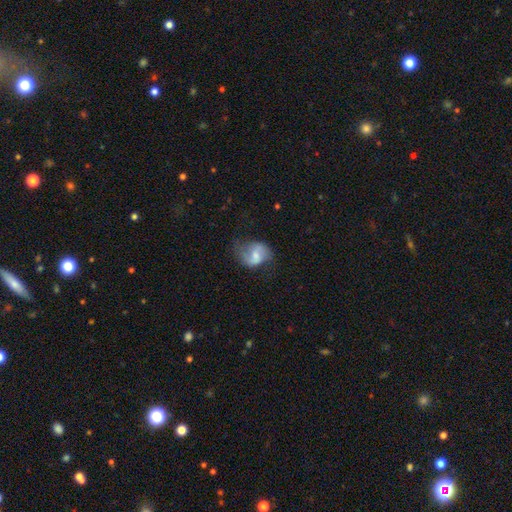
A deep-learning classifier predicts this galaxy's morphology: Smooth or featured? featured or disk (53%)
Edge-on disk? no (97%)
Bar? weak (47%)
Spiral arms? yes (81%)
Bulge size? moderate (48%)
Merging? none (52%)